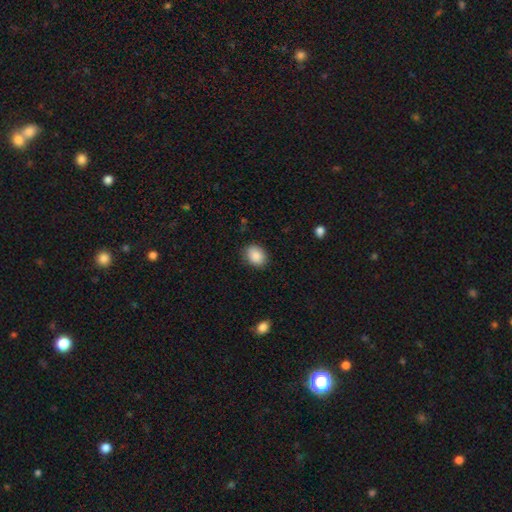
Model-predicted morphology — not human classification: Q: Smooth or featured?
A: smooth (88%); runner-up: star or artifact (8%)
Q: How rounded?
A: in between (54%); runner-up: round (45%)
Q: Merging?
A: none (83%); runner-up: minor disturbance (13%)